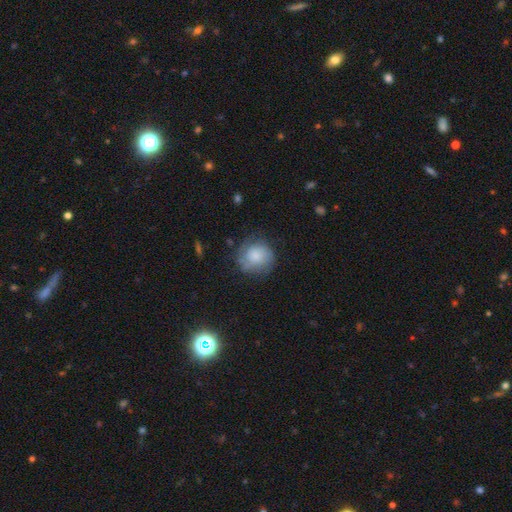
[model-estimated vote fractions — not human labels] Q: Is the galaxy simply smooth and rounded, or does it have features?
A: smooth — 69%.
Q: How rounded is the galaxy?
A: round — 87%.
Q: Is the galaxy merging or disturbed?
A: none — 65%.